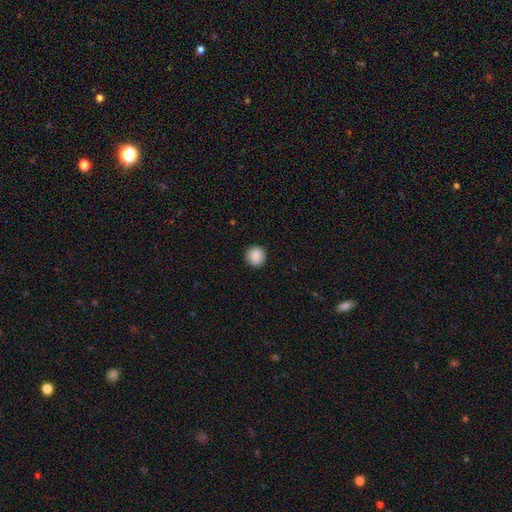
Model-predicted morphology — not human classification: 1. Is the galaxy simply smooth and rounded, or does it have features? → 89% smooth, 8% star or artifact, 3% featured or disk.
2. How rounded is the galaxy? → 95% round, 4% in between, 1% cigar-shaped.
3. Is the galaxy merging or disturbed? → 92% none, 5% minor disturbance, 2% major disturbance, 1% merger.